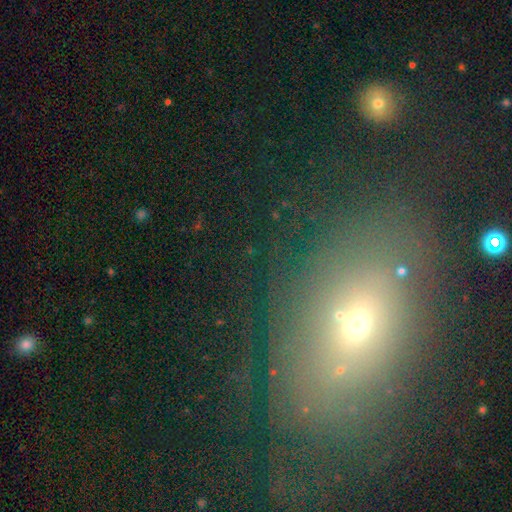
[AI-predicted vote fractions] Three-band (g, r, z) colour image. It shows a smooth galaxy with no disk features (48%). Merging: none (63%).